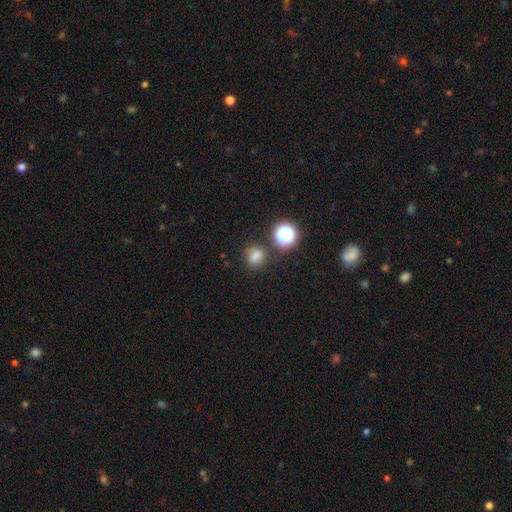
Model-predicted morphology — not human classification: This is likely a smooth galaxy (75%). How rounded: likely round (64%). Merging: likely none (72%).